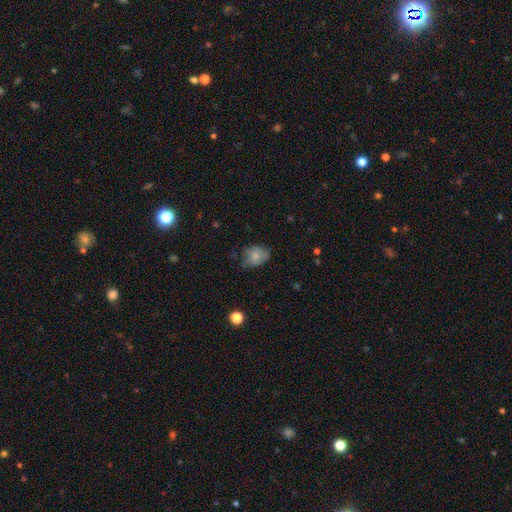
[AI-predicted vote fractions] A smooth galaxy with no disk features (77%) that is in between round and cigar-shaped (61%).

Vote fractions:
- Smooth or featured? smooth: 77% / featured or disk: 14% / star or artifact: 9%
- How rounded? in between: 61% / round: 38% / cigar-shaped: 1%
- Merging? none: 54% / minor disturbance: 35% / major disturbance: 9% / merger: 2%